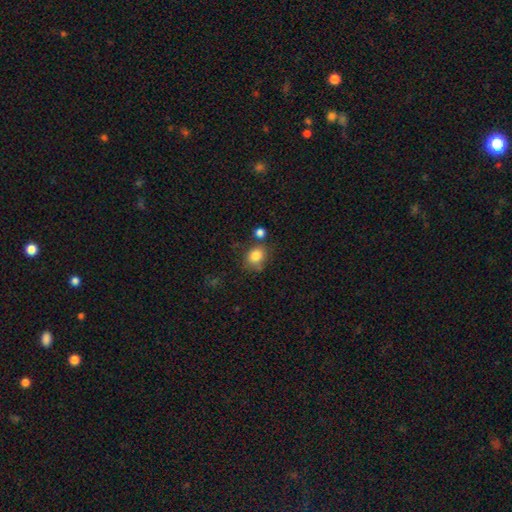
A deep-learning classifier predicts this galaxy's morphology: A smooth galaxy with no disk features (83%) that is round (57%). Merging: none (66%).